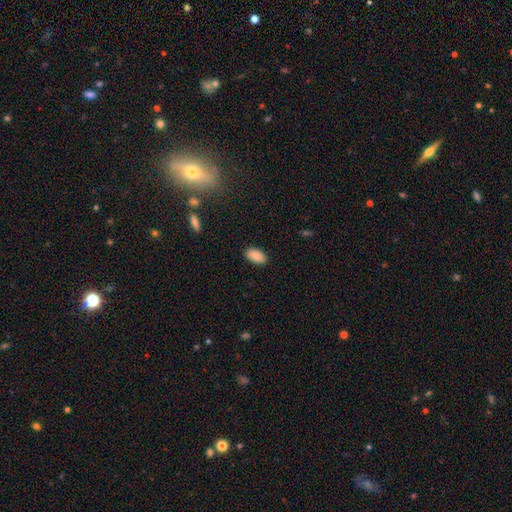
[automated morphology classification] smooth_or_featured: smooth (p=0.89) [alt: star or artifact p=0.07]
how_rounded: in between (p=0.95) [alt: round p=0.03]
merging: none (p=0.89) [alt: minor disturbance p=0.08]